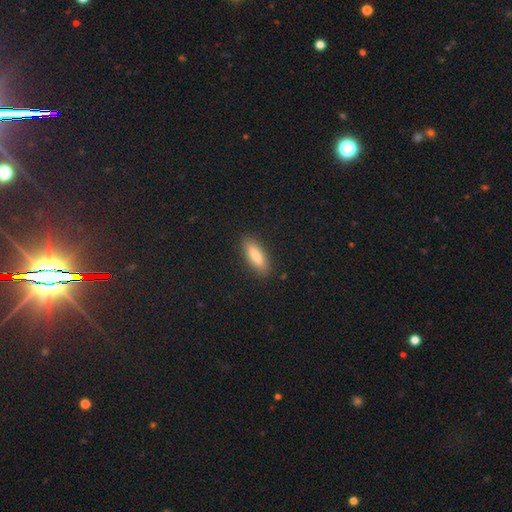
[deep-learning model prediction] The model was most divided on "how rounded": in between: 60%, cigar-shaped: 38%, round: 2%. More confident: merging — none (88%); smooth or featured — smooth (81%).